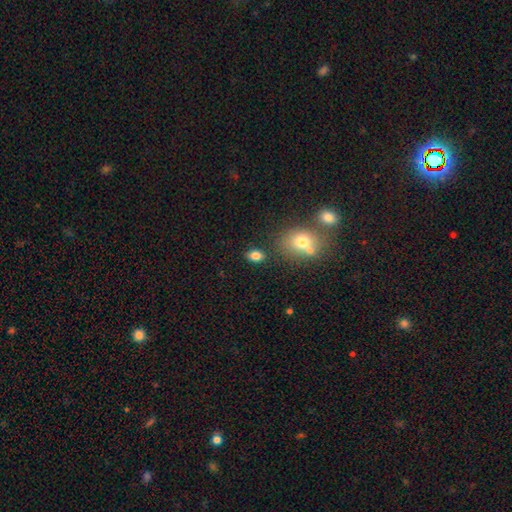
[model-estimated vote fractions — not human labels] Smooth or featured? Predicted: smooth (p=0.81). How rounded? Predicted: in between (p=0.77). Merging? Predicted: none (p=0.78).